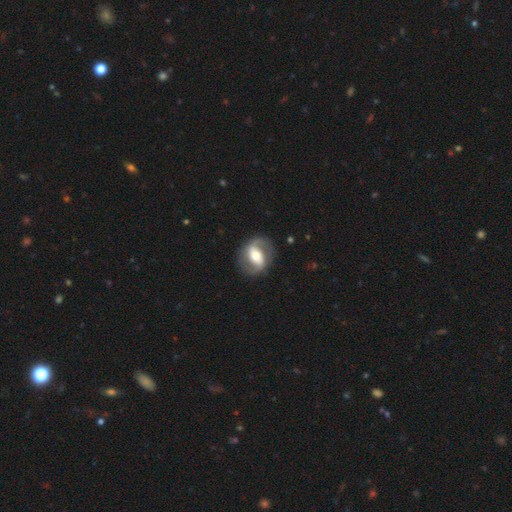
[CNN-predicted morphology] Q: Smooth or featured?
A: featured or disk (77%); runner-up: smooth (18%)
Q: Edge-on disk?
A: no (96%); runner-up: yes (4%)
Q: Bar?
A: strong (46%); runner-up: weak (33%)
Q: Spiral arms?
A: yes (83%); runner-up: no (17%)
Q: Spiral winding?
A: medium (47%); runner-up: loose (30%)
Q: Spiral arm count?
A: 2 (90%); runner-up: can't tell (5%)
Q: Bulge size?
A: moderate (62%); runner-up: large (21%)
Q: Merging?
A: none (82%); runner-up: minor disturbance (11%)